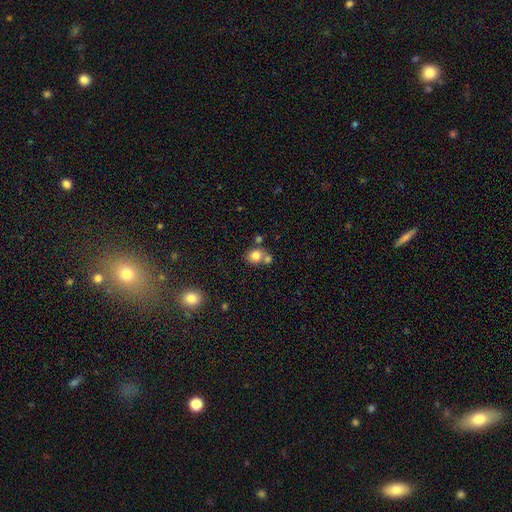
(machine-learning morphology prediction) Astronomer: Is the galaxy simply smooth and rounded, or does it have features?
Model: smooth — 79%.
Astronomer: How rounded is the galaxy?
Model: round — 72%.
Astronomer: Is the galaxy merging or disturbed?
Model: none — 53% (runner-up: merger, 34%).